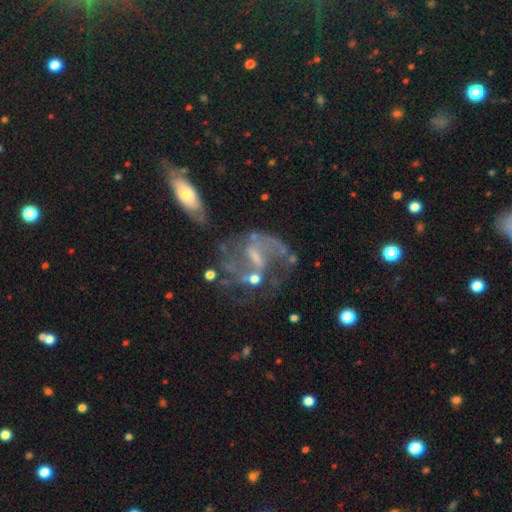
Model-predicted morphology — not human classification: This is likely a featured or disk galaxy (80%). It is clearly not viewed edge-on (96%). Bar: possibly weak (46%). Spiral arm pattern: clearly yes (80%). Spiral arm count: likely 2 (61%). Spiral winding: possibly medium (45%). Central bulge: marginally small (38%). Merging: marginally none (44%).